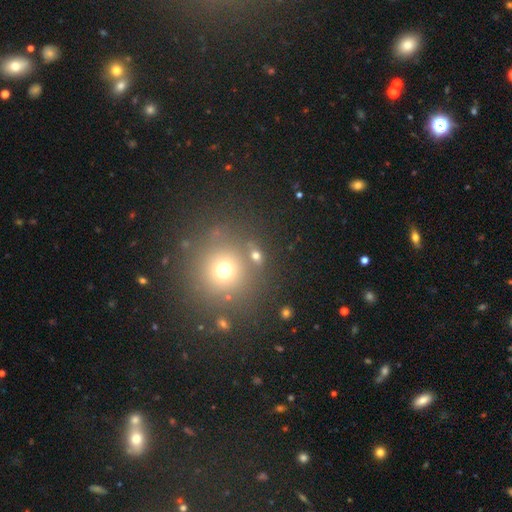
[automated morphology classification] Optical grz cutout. It shows a smooth galaxy with no disk features (66%) that is round (71%). Merging: none (70%).